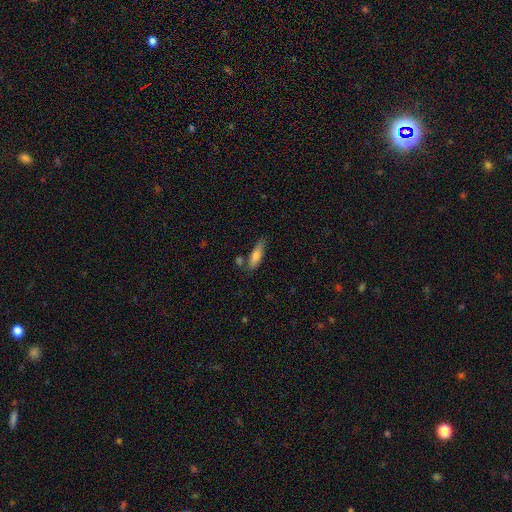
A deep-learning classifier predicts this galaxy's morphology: This is likely a smooth galaxy (75%). How rounded: possibly cigar-shaped (54%). Merging: likely none (68%).